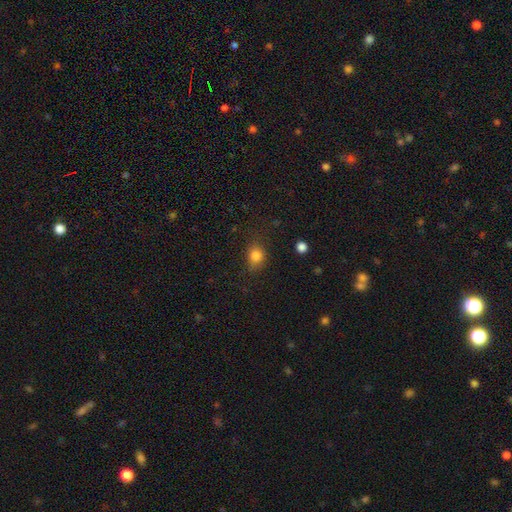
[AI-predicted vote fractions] Morphology: type=smooth (83%); roundness=round (58%); merging=none (74%).